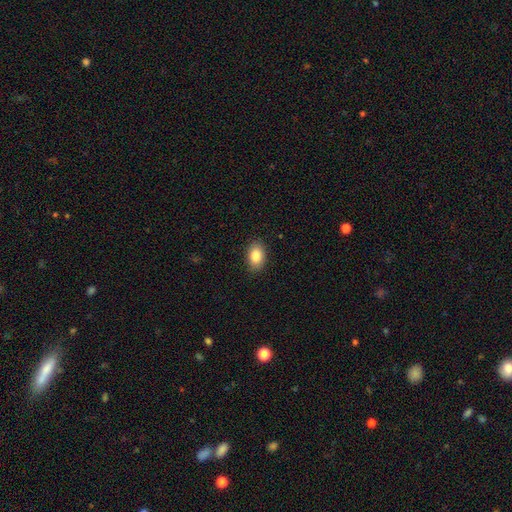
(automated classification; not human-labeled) smooth 86%, star or artifact 7%, featured or disk 6%. Down the decision tree: how rounded — in between (89%); merging — none (88%).